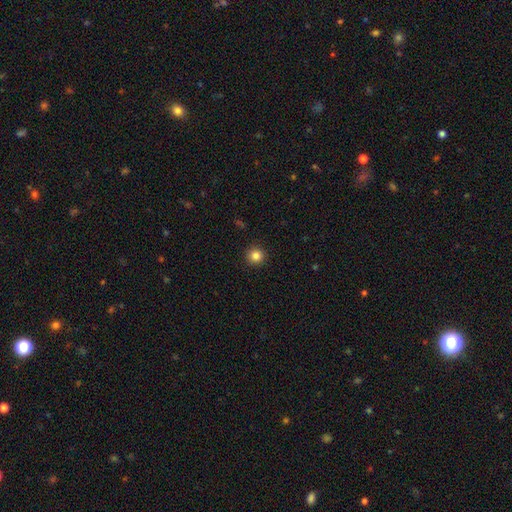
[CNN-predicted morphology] smooth-or-featured: smooth: 85% | star or artifact: 11% | featured or disk: 4%
  how-rounded: round: 95% | in between: 4% | cigar-shaped: 1%
  merging: none: 93% | minor disturbance: 5% | major disturbance: 2% | merger: 1%